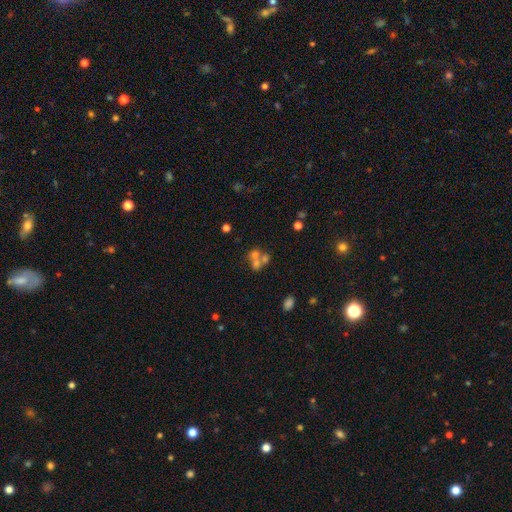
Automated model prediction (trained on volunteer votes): The model was most divided on "smooth or featured": smooth: 42%, star or artifact: 31%, featured or disk: 27%. More confident: merging — merger (51%).